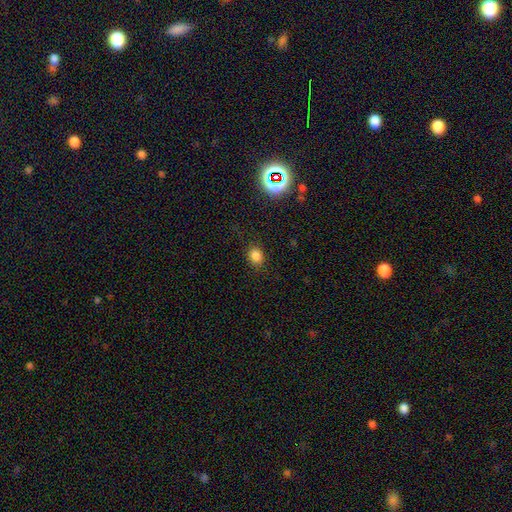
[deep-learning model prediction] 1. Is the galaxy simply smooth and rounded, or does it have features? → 81% smooth, 14% star or artifact, 4% featured or disk.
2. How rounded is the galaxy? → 59% round, 40% in between, 1% cigar-shaped.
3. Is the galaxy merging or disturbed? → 86% none, 10% minor disturbance, 3% major disturbance, 1% merger.